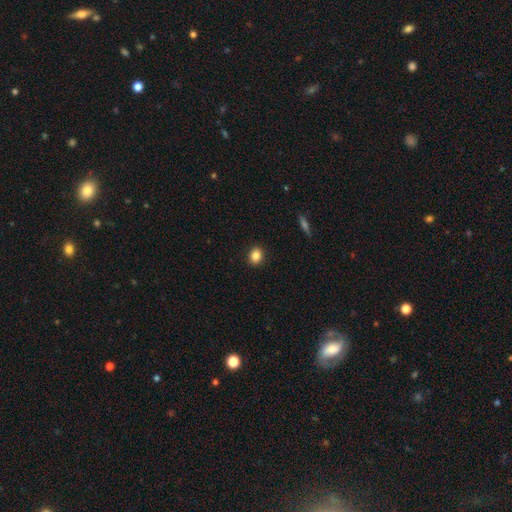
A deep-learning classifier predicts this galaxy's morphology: The model was most divided on "how rounded": round: 54%, in between: 45%, cigar-shaped: 1%. More confident: merging — none (90%); smooth or featured — smooth (86%).